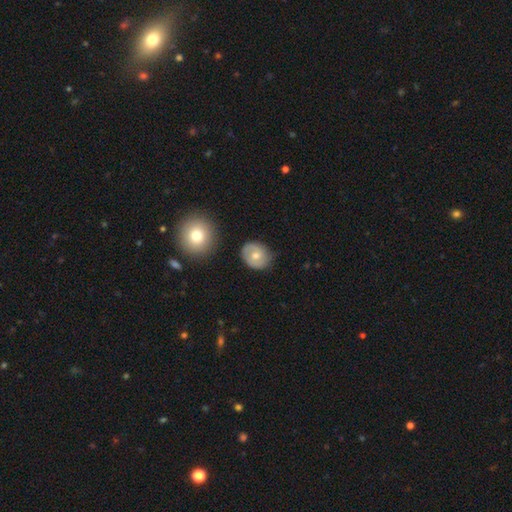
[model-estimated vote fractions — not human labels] Smooth or featured? Predicted: smooth (p=0.57). How rounded? Predicted: round (p=0.66). Merging? Predicted: none (p=0.75).